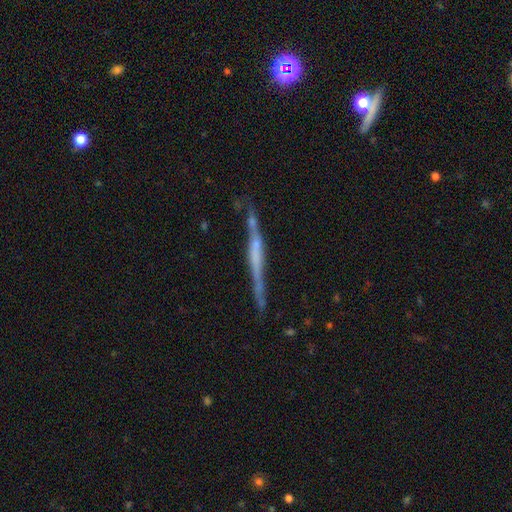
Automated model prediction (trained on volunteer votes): Smooth or featured? Predicted: featured or disk (p=0.69). Edge-on disk? Predicted: yes (p=0.95). Edge-on bulge? Predicted: none (p=0.66). Merging? Predicted: none (p=0.73).